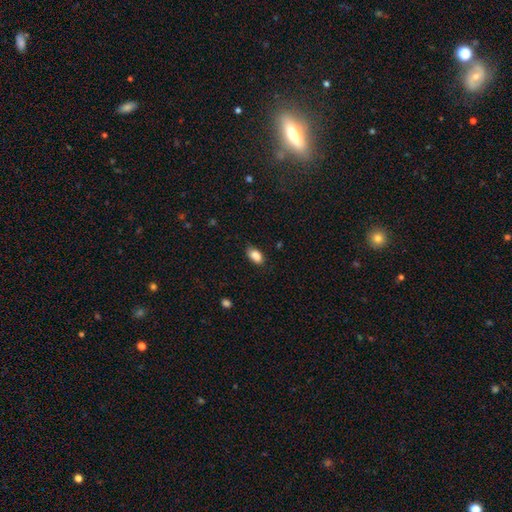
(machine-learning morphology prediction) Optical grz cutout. It shows a smooth galaxy with no disk features (87%) that is in between round and cigar-shaped (91%). Merging: none (77%).